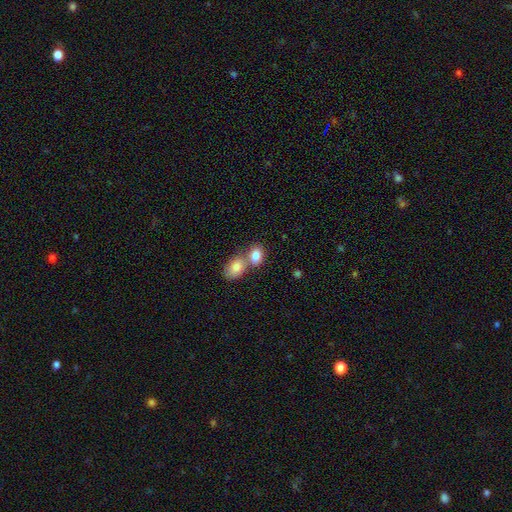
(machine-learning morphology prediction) smooth-or-featured: smooth: 82% | featured or disk: 10% | star or artifact: 8%
  how-rounded: in between: 78% | round: 21% | cigar-shaped: 2%
  merging: merger: 59% | none: 31% | minor disturbance: 7% | major disturbance: 3%